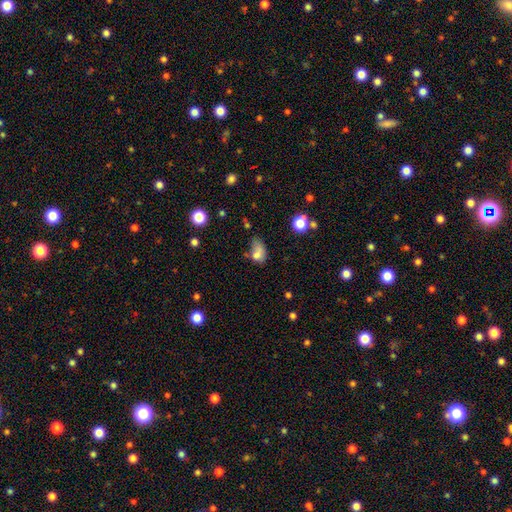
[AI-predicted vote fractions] This appears to be a smooth galaxy with no disk features (74%) that is in between round and cigar-shaped (78%). Merging: minor disturbance (31%).